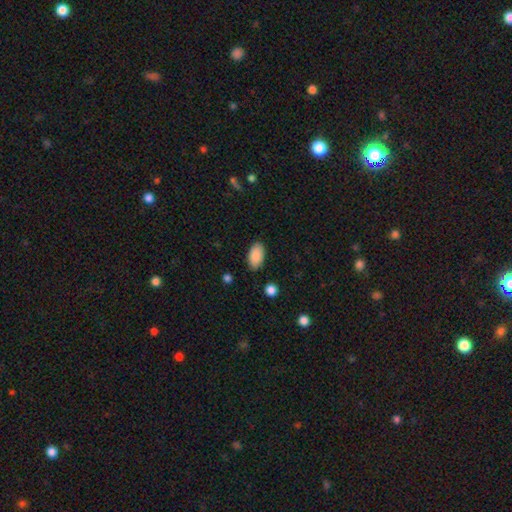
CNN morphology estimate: smooth_or_featured: smooth (p=0.88) [alt: star or artifact p=0.07]
how_rounded: in between (p=0.94) [alt: round p=0.04]
merging: none (p=0.86) [alt: minor disturbance p=0.11]